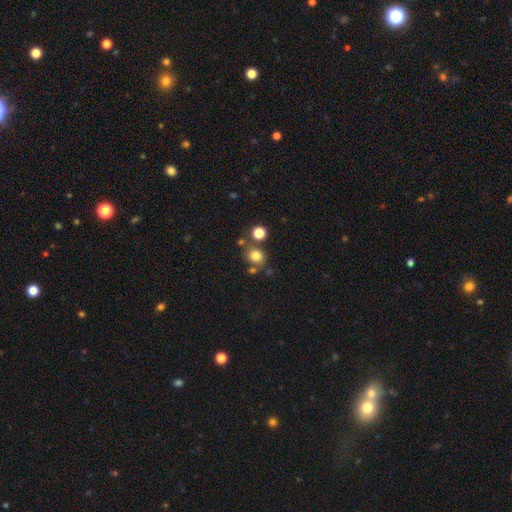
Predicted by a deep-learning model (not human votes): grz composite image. It shows a smooth galaxy with no disk features (78%) that is round (70%). Merging: none (70%).